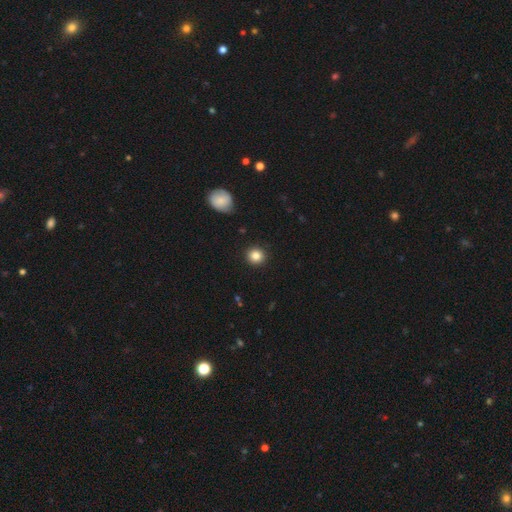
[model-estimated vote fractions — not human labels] smooth_or_featured: smooth (p=0.85) [alt: star or artifact p=0.10]
how_rounded: round (p=0.91) [alt: in between p=0.08]
merging: none (p=0.91) [alt: minor disturbance p=0.06]